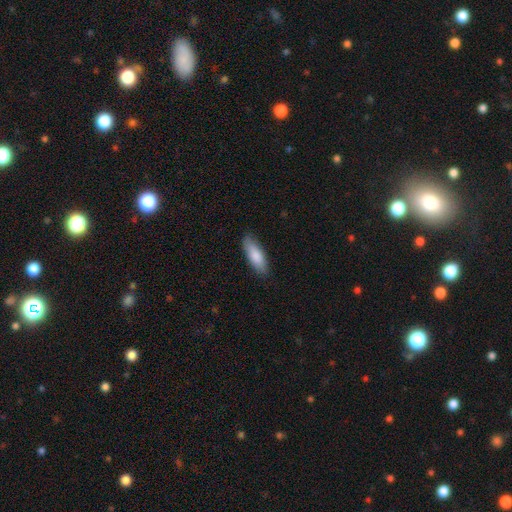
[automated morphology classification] This is clearly a smooth galaxy (85%). How rounded: possibly in between (60%). Merging: clearly none (85%).